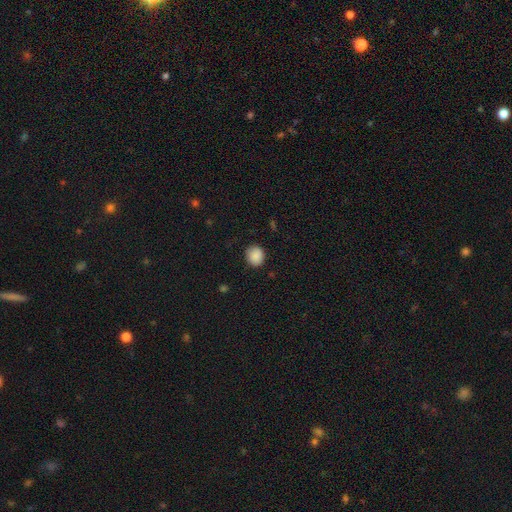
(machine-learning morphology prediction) smooth-or-featured: smooth: 89% | star or artifact: 8% | featured or disk: 3%
  how-rounded: round: 71% | in between: 28% | cigar-shaped: 1%
  merging: none: 87% | minor disturbance: 10% | major disturbance: 2% | merger: 1%